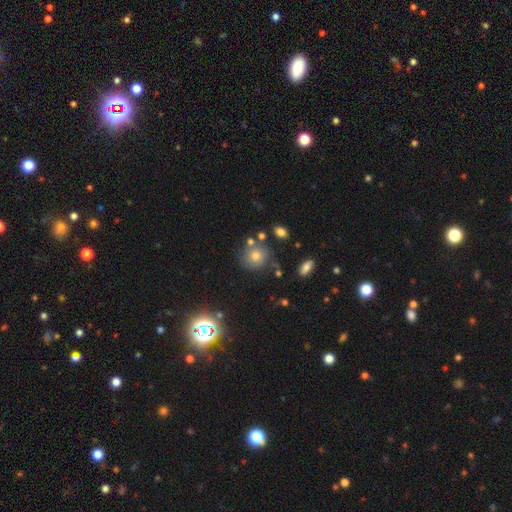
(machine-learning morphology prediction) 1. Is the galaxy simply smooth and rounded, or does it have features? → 70% smooth, 16% star or artifact, 14% featured or disk.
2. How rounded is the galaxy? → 86% round, 13% in between, 1% cigar-shaped.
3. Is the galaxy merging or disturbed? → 72% none, 13% minor disturbance, 10% merger, 5% major disturbance.